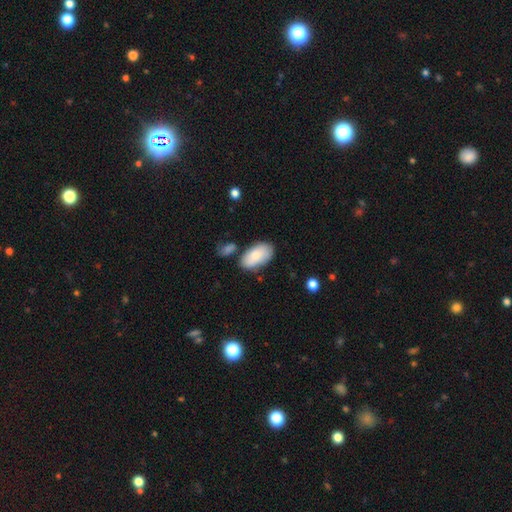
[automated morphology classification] smooth 81%, featured or disk 13%, star or artifact 6%. Down the decision tree: how rounded — in between (95%); merging — none (68%).